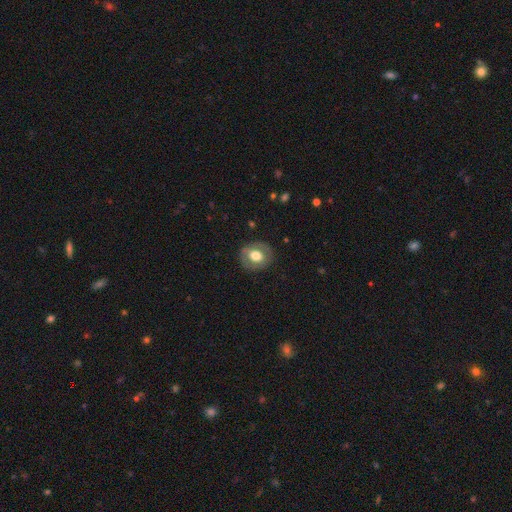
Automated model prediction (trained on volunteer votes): smooth_or_featured: smooth (p=0.57) [alt: featured or disk p=0.36]
how_rounded: round (p=0.69) [alt: in between p=0.30]
merging: none (p=0.83) [alt: minor disturbance p=0.12]